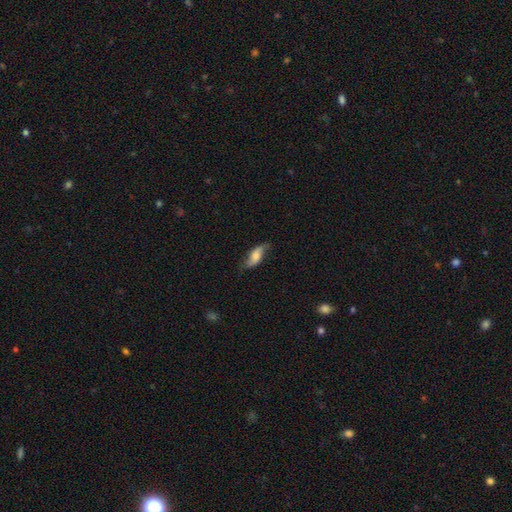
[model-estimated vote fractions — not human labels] smooth 49%, featured or disk 44%, star or artifact 7%. Down the decision tree: merging — none (69%).